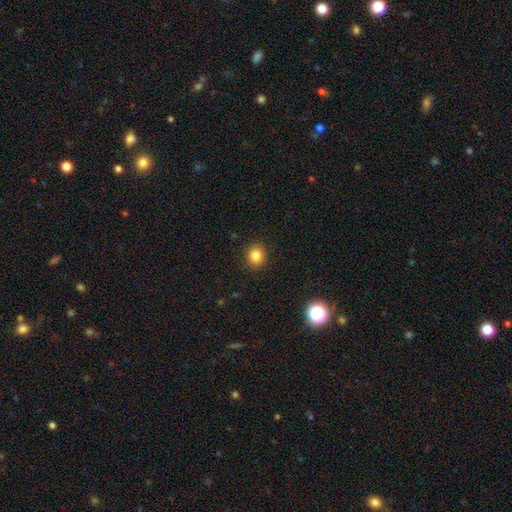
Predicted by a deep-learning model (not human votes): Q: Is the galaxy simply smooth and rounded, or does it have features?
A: smooth — 84%.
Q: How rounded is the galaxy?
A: round — 83%.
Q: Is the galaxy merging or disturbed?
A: none — 91%.